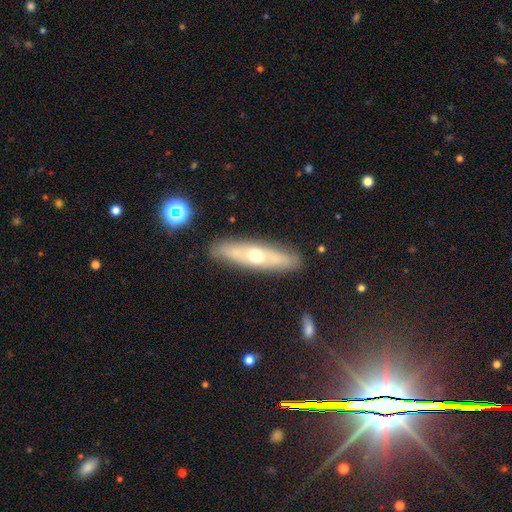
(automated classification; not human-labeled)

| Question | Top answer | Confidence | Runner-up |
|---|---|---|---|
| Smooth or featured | featured or disk | 57% | smooth (35%) |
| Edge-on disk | yes | 59% | no (41%) |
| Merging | none | 85% | minor disturbance (10%) |